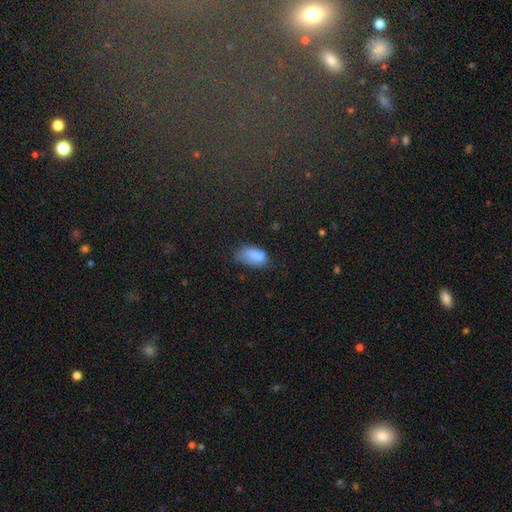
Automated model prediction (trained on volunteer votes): Smooth or featured? Predicted: smooth (p=0.77). How rounded? Predicted: in between (p=0.91). Merging? Predicted: none (p=0.41).